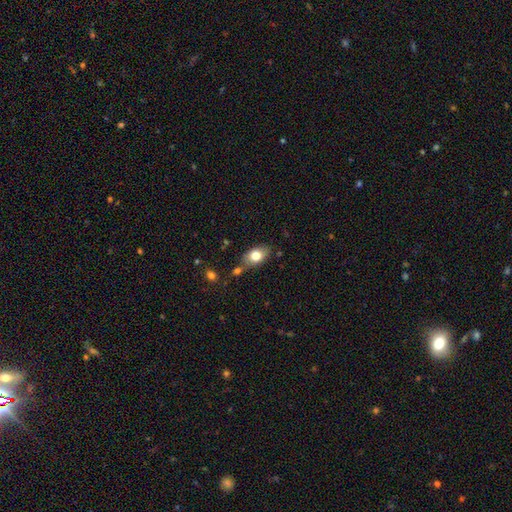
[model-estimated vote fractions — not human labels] A smooth galaxy with no disk features (76%) that is in between round and cigar-shaped (83%). Merging: none (66%).